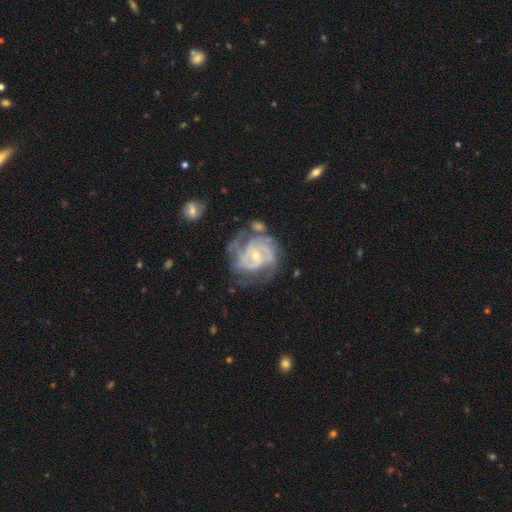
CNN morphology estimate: type=featured or disk (90%); edge-on=no (98%); bar=no (58%); spiral arms=yes (97%); winding=tight (59%); arm count=3 (35%); bulge=small (57%); merging=none (59%).